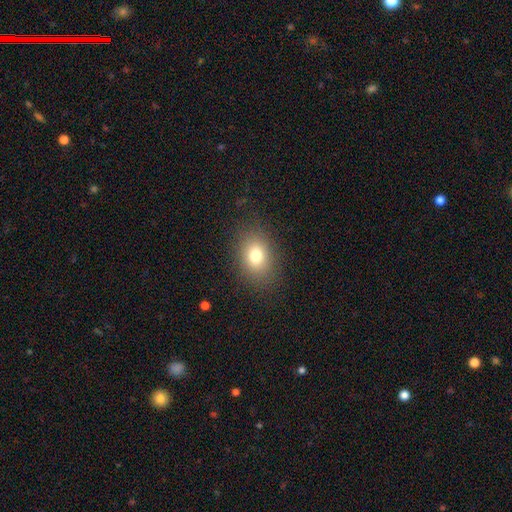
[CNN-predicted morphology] Smooth or featured?
  - smooth: 77% *
  - star or artifact: 12%
  - featured or disk: 10%
How rounded?
  - in between: 69% *
  - round: 30%
  - cigar-shaped: 1%
Merging?
  - none: 85% *
  - minor disturbance: 10%
  - major disturbance: 5%
  - merger: 1%